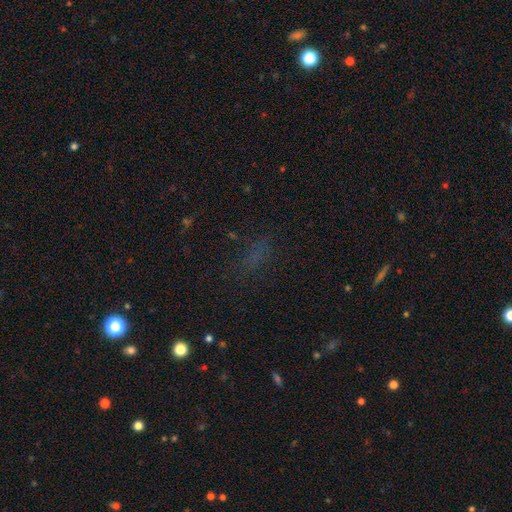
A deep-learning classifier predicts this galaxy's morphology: Smooth or featured? smooth (48%)
Merging? none (69%)